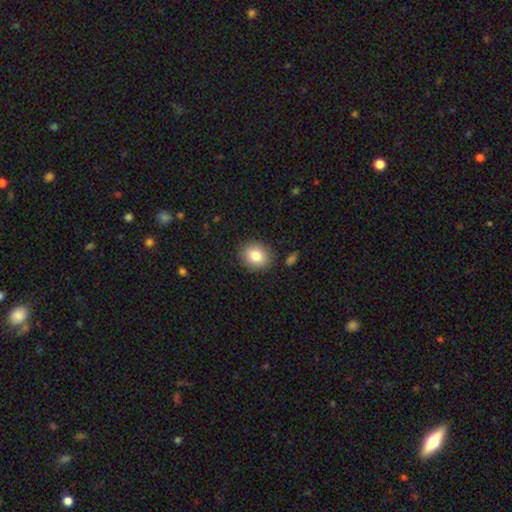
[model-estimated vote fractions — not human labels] Smooth or featured: smooth — 82% (featured or disk — 9%)
How rounded: round — 74% (in between — 25%)
Merging: none — 88% (minor disturbance — 8%)